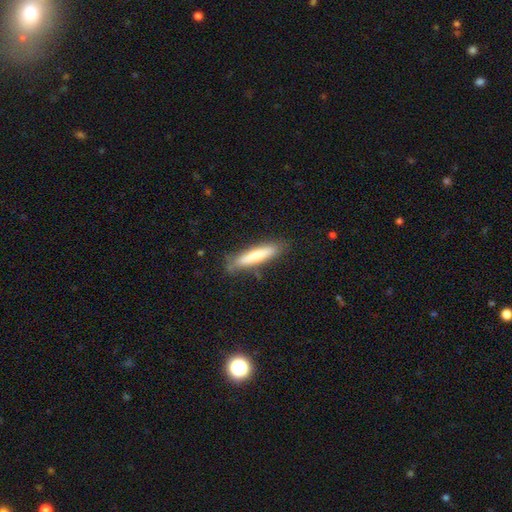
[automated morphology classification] Smooth or featured? Predicted: smooth (p=0.69). How rounded? Predicted: cigar-shaped (p=0.86). Merging? Predicted: none (p=0.79).